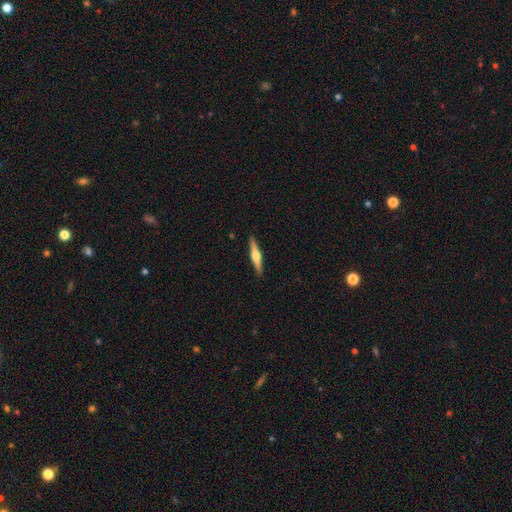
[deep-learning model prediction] This appears to be a featured or disk galaxy (63%) viewed edge-on (97%) with a rounded central bulge (92%). Merging: none (91%).